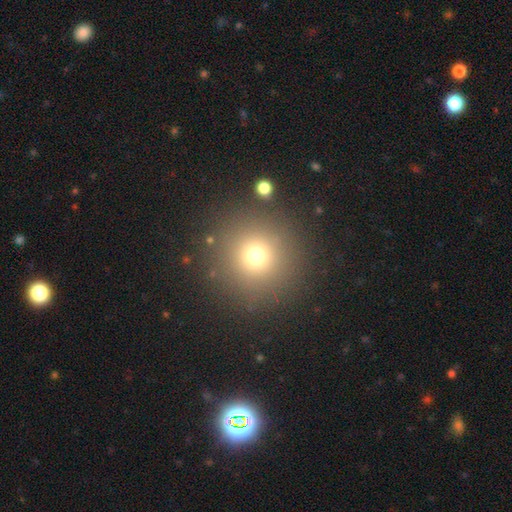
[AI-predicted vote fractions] The model was most divided on "smooth or featured": smooth: 71%, star or artifact: 19%, featured or disk: 9%. More confident: how rounded — round (95%); merging — none (87%).